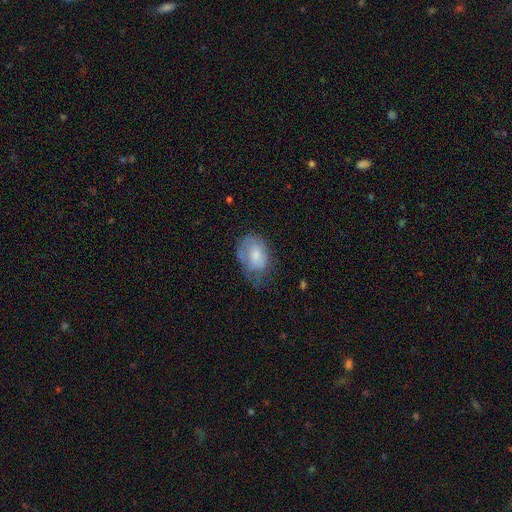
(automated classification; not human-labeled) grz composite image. It shows a smooth galaxy with no disk features (63%) that is in between round and cigar-shaped (75%). Merging: none (38%).